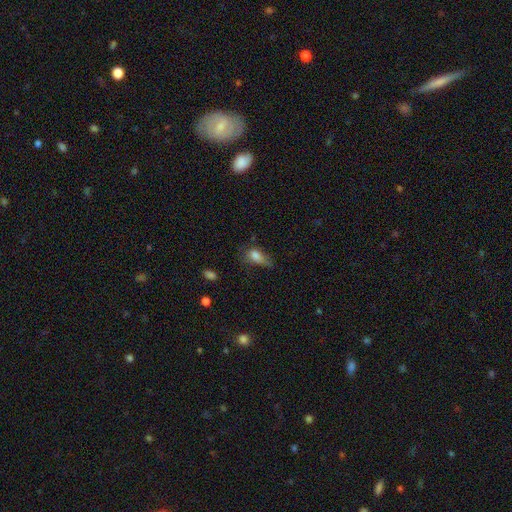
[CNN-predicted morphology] Smooth or featured: smooth — 76% (featured or disk — 13%)
How rounded: in between — 81% (round — 10%)
Merging: minor disturbance — 37% (none — 33%)